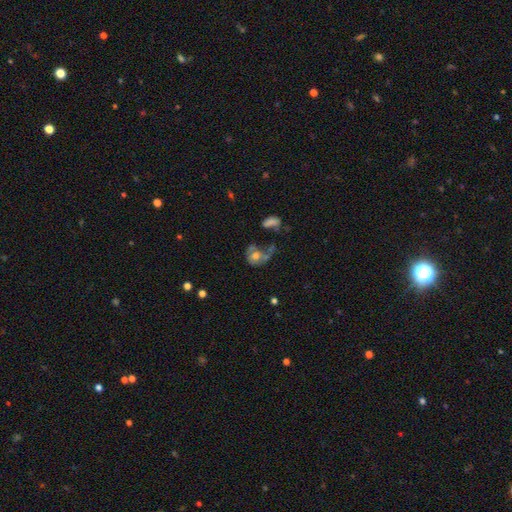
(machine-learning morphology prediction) smooth 50%, featured or disk 40%, star or artifact 11%. Down the decision tree: merging — major disturbance (40%).